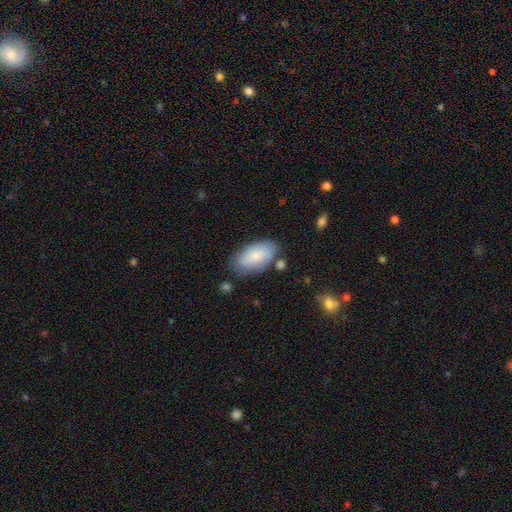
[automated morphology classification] This appears to be a smooth galaxy with no disk features (80%) that is in between round and cigar-shaped (95%). Merging: none (71%).